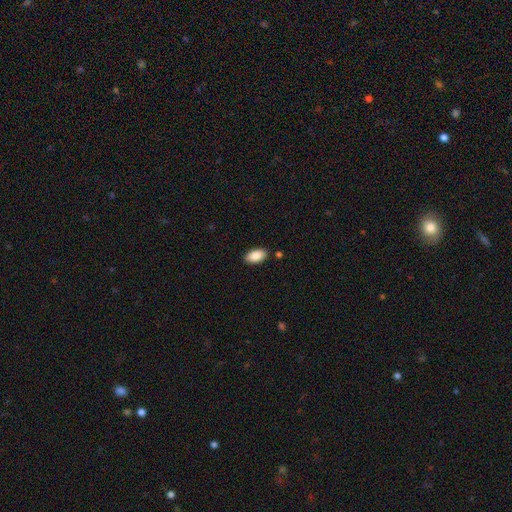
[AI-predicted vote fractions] This appears to be a smooth galaxy with no disk features (89%) that is in between round and cigar-shaped (95%). Merging: none (87%).